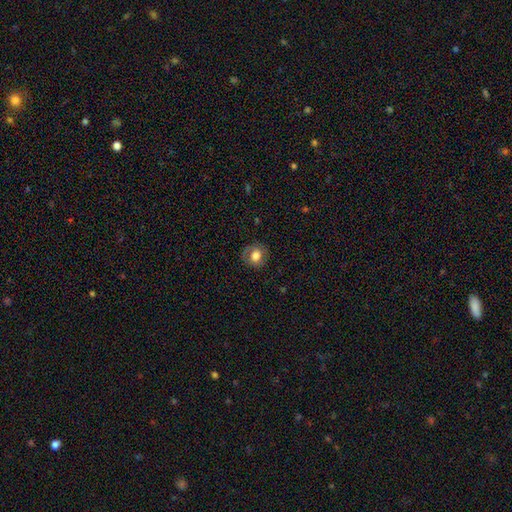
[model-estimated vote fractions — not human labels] Q: Smooth or featured?
A: smooth (67%); runner-up: featured or disk (24%)
Q: How rounded?
A: round (78%); runner-up: in between (21%)
Q: Merging?
A: none (82%); runner-up: minor disturbance (12%)